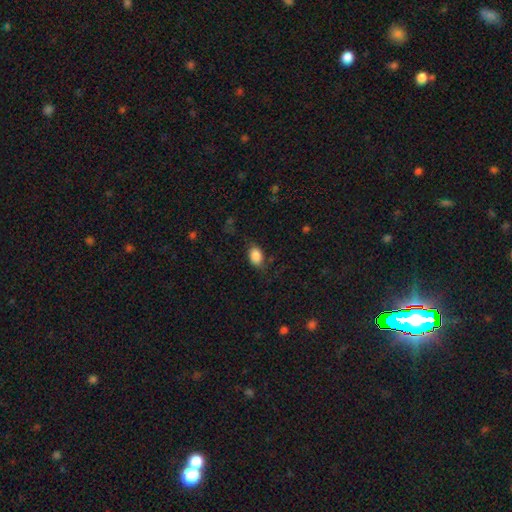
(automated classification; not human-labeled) smooth-or-featured: smooth: 85% | star or artifact: 8% | featured or disk: 7%
  how-rounded: in between: 85% | round: 13% | cigar-shaped: 2%
  merging: none: 71% | minor disturbance: 19% | major disturbance: 8% | merger: 1%